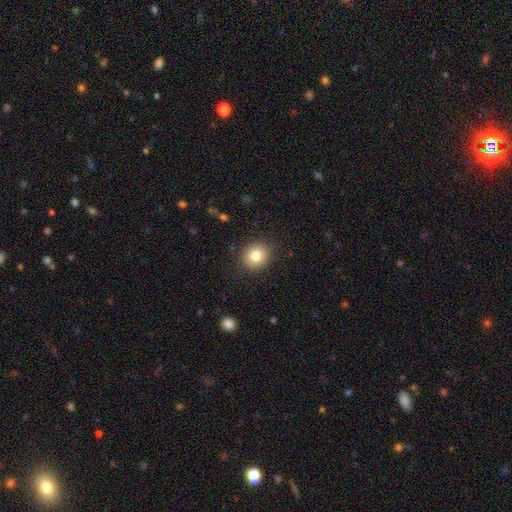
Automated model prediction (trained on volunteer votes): Q: Smooth or featured?
A: smooth (81%); runner-up: star or artifact (10%)
Q: How rounded?
A: round (78%); runner-up: in between (22%)
Q: Merging?
A: none (88%); runner-up: minor disturbance (8%)